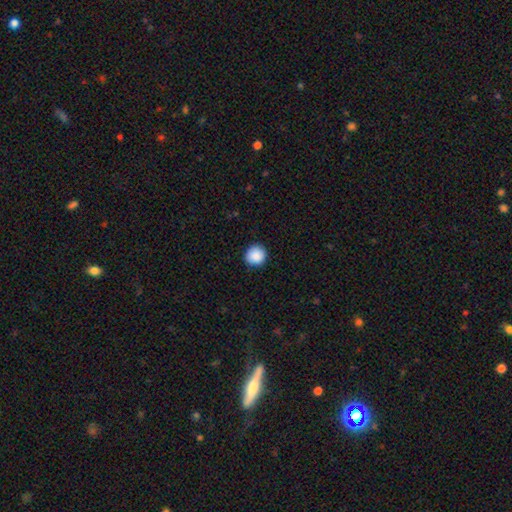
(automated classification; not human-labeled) A smooth galaxy with no disk features (89%) that is round (93%).

Vote fractions:
- Smooth or featured? smooth: 89% / star or artifact: 8% / featured or disk: 3%
- How rounded? round: 93% / in between: 6% / cigar-shaped: 1%
- Merging? none: 89% / minor disturbance: 8% / major disturbance: 2% / merger: 1%